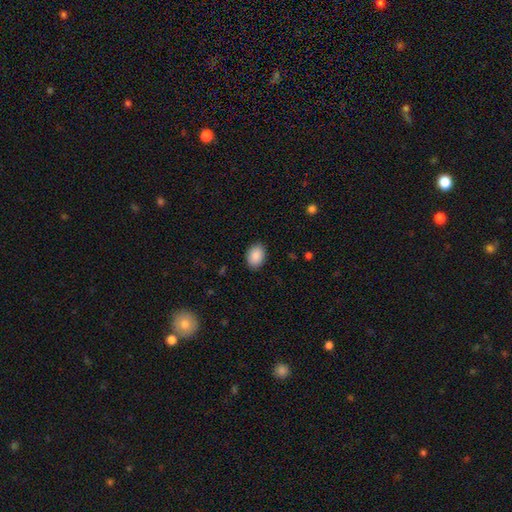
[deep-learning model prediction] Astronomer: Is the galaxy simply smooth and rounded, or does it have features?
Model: smooth — 90%.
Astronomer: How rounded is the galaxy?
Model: in between — 76%.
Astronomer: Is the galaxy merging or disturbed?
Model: none — 89%.